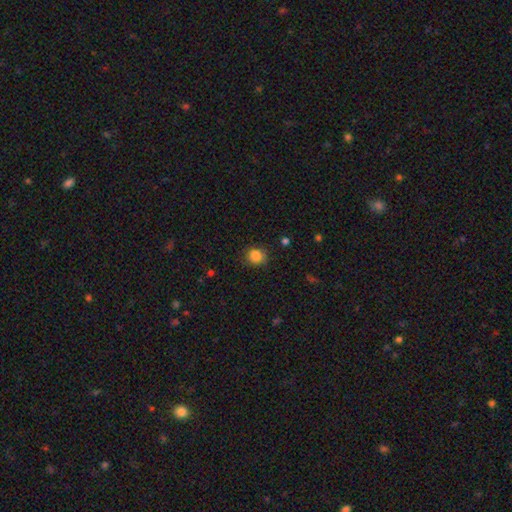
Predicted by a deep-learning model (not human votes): The model was most divided on "how rounded": round: 80%, in between: 19%, cigar-shaped: 1%. More confident: smooth or featured — smooth (85%); merging — none (84%).